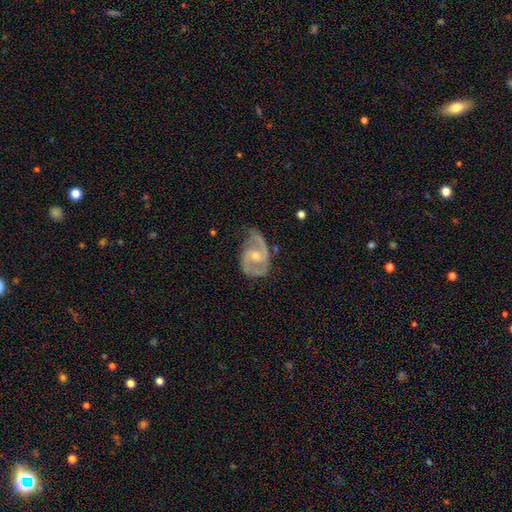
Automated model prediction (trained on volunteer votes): Q: Smooth or featured?
A: featured or disk (86%); runner-up: smooth (8%)
Q: Edge-on disk?
A: no (97%); runner-up: yes (3%)
Q: Bar?
A: no (51%); runner-up: weak (38%)
Q: Spiral arms?
A: yes (95%); runner-up: no (5%)
Q: Spiral winding?
A: medium (51%); runner-up: tight (29%)
Q: Spiral arm count?
A: 2 (82%); runner-up: 1 (7%)
Q: Bulge size?
A: moderate (54%); runner-up: small (41%)
Q: Merging?
A: none (55%); runner-up: minor disturbance (28%)